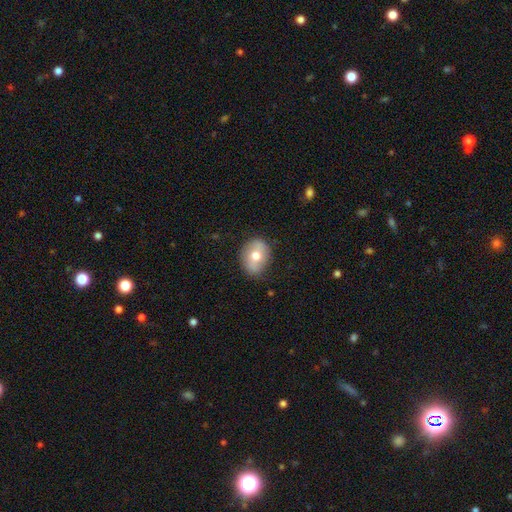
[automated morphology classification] Smooth or featured?
  - smooth: 63% *
  - featured or disk: 30%
  - star or artifact: 7%
How rounded?
  - in between: 56% *
  - round: 43%
  - cigar-shaped: 1%
Merging?
  - none: 78% *
  - minor disturbance: 17%
  - major disturbance: 4%
  - merger: 1%